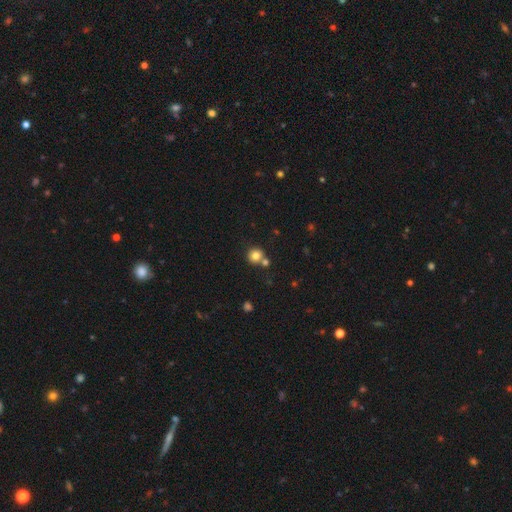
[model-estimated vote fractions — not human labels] The model was most divided on "merging": none: 64%, merger: 24%, minor disturbance: 8%, major disturbance: 3%. More confident: how rounded — round (90%); smooth or featured — smooth (80%).